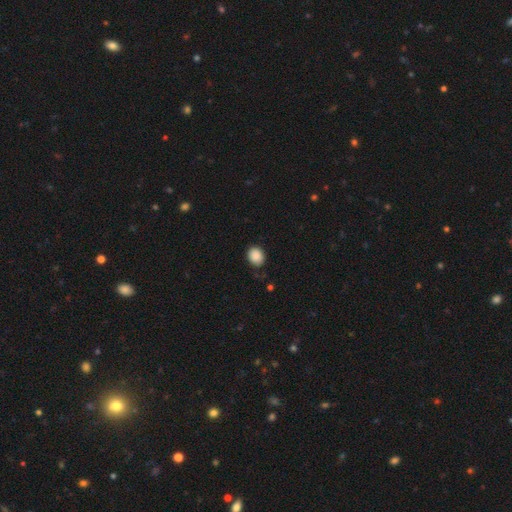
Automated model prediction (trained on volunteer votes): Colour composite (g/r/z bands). It shows a smooth galaxy with no disk features (89%) that is round (54%). Merging: none (82%).